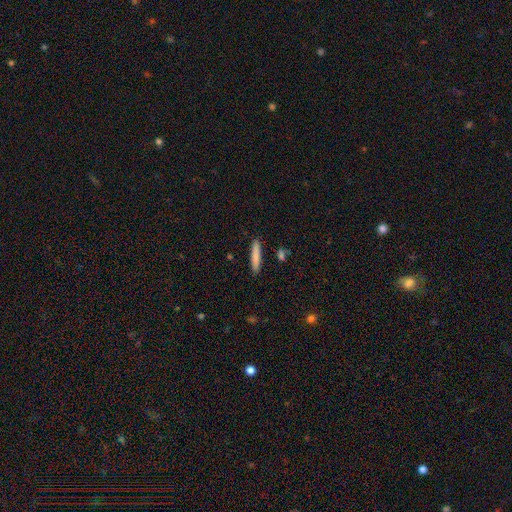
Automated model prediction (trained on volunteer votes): Smooth or featured: smooth — 81% (featured or disk — 13%)
How rounded: cigar-shaped — 91% (in between — 8%)
Merging: none — 90% (minor disturbance — 7%)